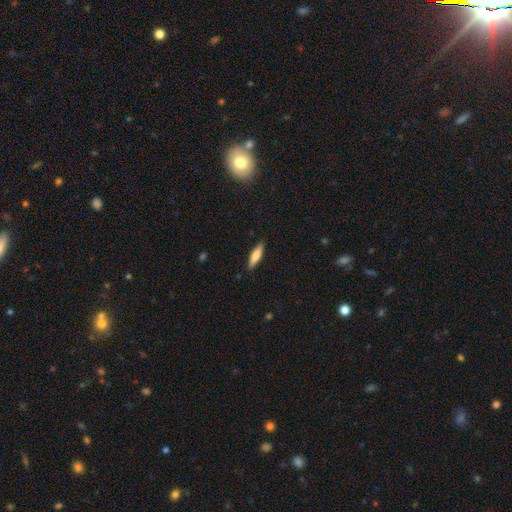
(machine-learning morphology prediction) smooth_or_featured: smooth (p=0.72) [alt: featured or disk p=0.22]
how_rounded: cigar-shaped (p=0.67) [alt: in between p=0.31]
merging: none (p=0.87) [alt: minor disturbance p=0.10]